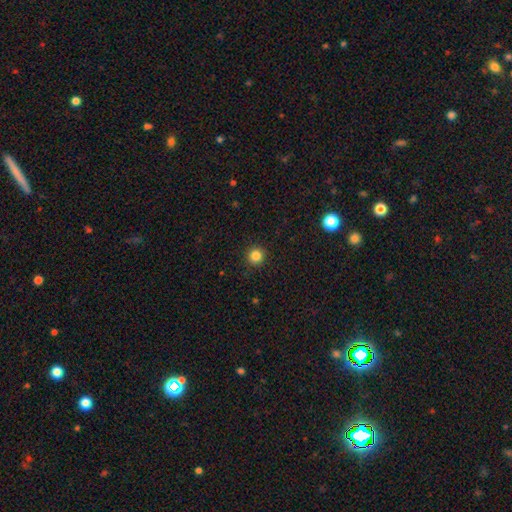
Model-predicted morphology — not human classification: The model was most divided on "smooth or featured": smooth: 84%, star or artifact: 12%, featured or disk: 4%. More confident: how rounded — round (95%); merging — none (93%).